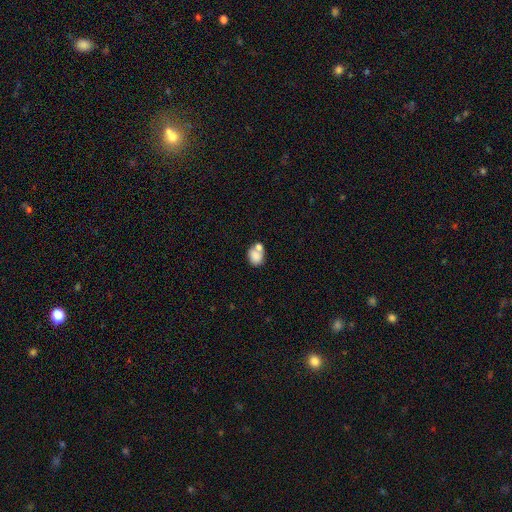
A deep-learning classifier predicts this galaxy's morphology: Smooth or featured? smooth (77%)
How rounded? in between (57%)
Merging? merger (43%)